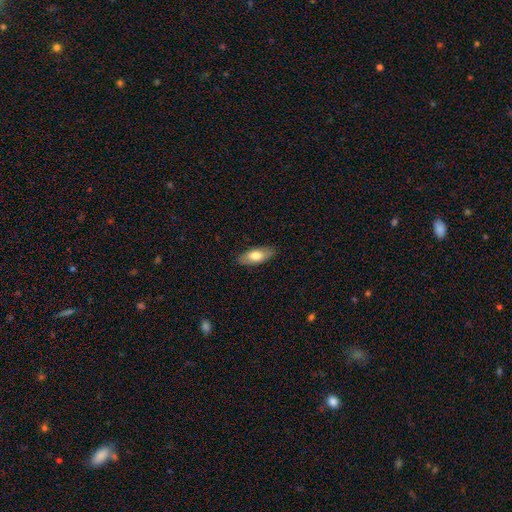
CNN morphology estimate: This is likely a smooth galaxy (70%). How rounded: clearly in between (84%). Merging: clearly none (86%).